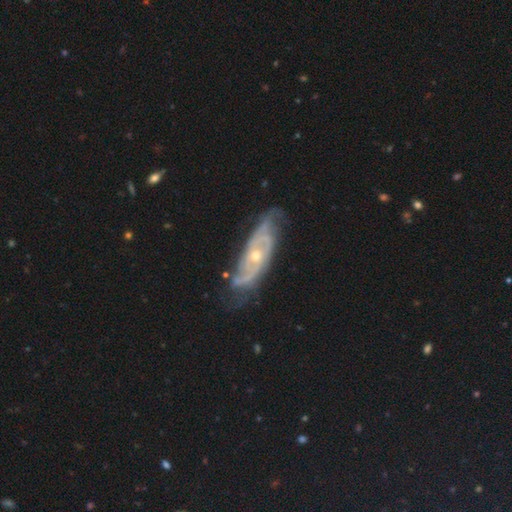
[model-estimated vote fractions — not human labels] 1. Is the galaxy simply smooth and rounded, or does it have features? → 86% featured or disk, 8% smooth, 6% star or artifact.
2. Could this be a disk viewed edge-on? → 86% no, 14% yes.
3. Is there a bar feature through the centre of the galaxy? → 71% no, 23% weak, 6% strong.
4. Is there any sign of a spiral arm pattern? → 94% yes, 6% no.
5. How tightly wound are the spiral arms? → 55% tight, 35% medium, 11% loose.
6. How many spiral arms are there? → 38% 2, 31% can't tell, 16% 3, 6% 4, 4% 1, 4% more than 4.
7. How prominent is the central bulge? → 59% small, 38% moderate, 1% large, 1% none, 1% dominant.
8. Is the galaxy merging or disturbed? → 72% none, 20% minor disturbance, 6% major disturbance, 2% merger.